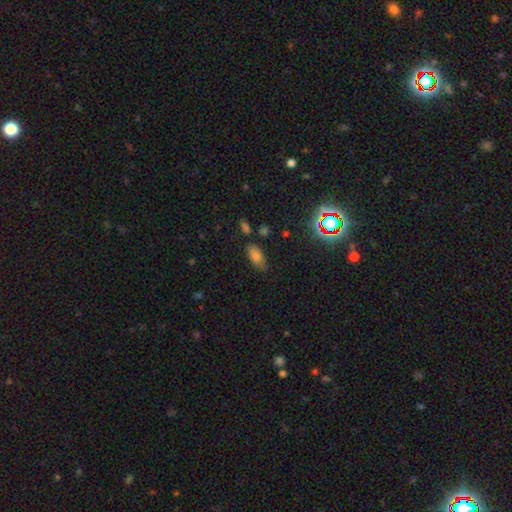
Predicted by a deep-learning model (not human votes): Q: Smooth or featured?
A: smooth (71%); runner-up: star or artifact (18%)
Q: How rounded?
A: in between (87%); runner-up: cigar-shaped (9%)
Q: Merging?
A: none (71%); runner-up: minor disturbance (20%)